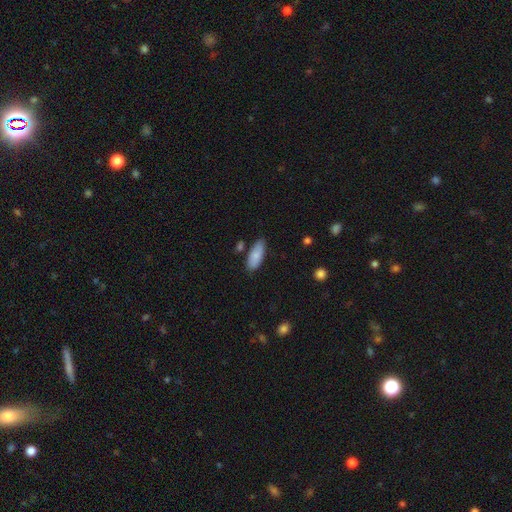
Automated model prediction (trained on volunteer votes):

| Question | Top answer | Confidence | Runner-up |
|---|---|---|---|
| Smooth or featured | smooth | 84% | featured or disk (10%) |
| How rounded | in between | 79% | cigar-shaped (19%) |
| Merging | none | 78% | minor disturbance (15%) |